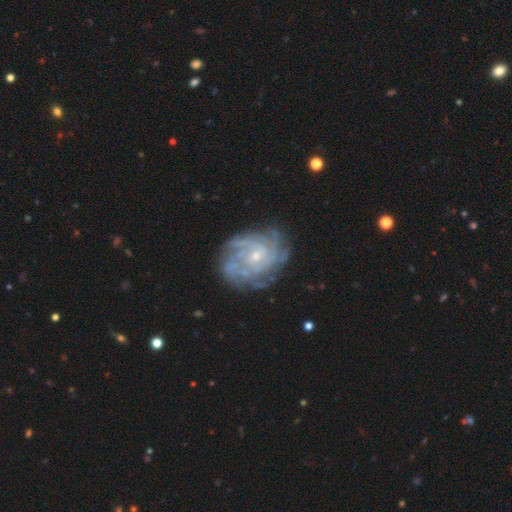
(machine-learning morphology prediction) The model was most divided on "spiral arm count": can't tell: 35%, 4: 19%, more than 4: 14%, 3: 13%, 2: 10%, 1: 8%. More confident: edge-on disk — no (97%); spiral arms — yes (94%); smooth or featured — featured or disk (81%); merging — none (76%); bulge size — small (70%); spiral winding — tight (68%); bar — no (67%).